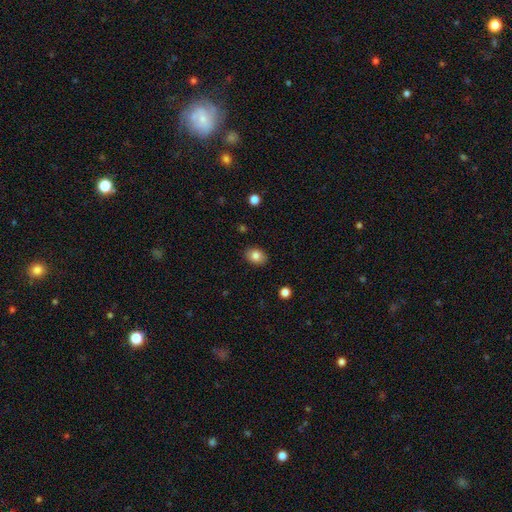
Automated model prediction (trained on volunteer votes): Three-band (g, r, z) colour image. It shows a smooth galaxy with no disk features (83%) that is in between round and cigar-shaped (68%). Merging: none (88%).